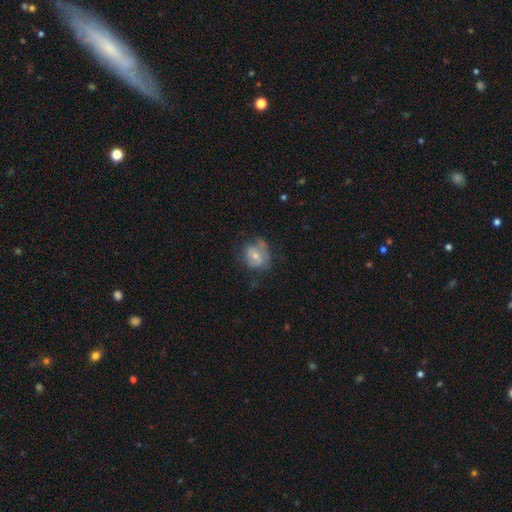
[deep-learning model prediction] Morphology: type=smooth (50%); merging=none (47%).